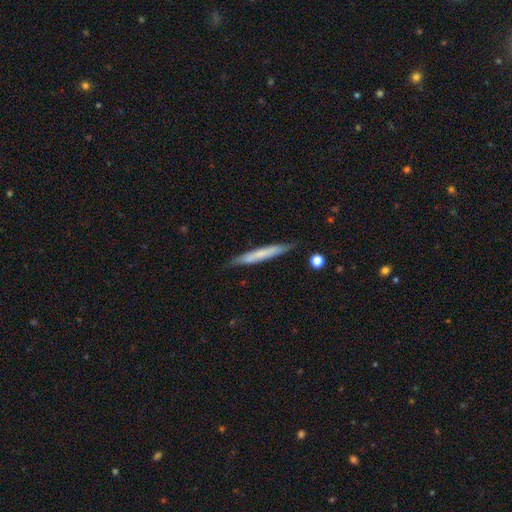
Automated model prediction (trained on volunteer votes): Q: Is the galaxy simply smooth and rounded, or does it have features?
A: smooth — 56%.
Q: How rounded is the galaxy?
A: cigar-shaped — 96%.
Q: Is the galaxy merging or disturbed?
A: none — 89%.